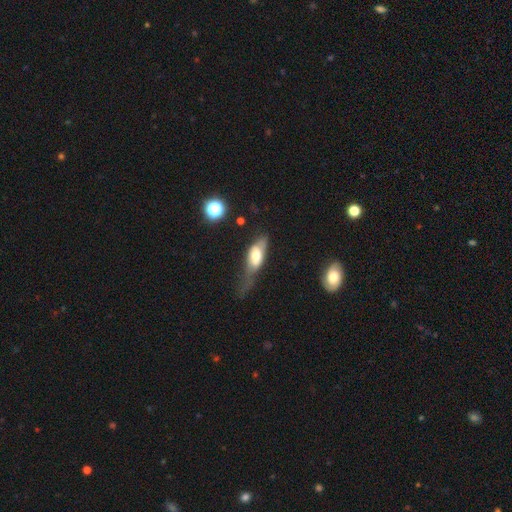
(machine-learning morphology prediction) smooth 55%, featured or disk 38%, star or artifact 8%. Down the decision tree: how rounded — in between (76%); merging — major disturbance (42%).